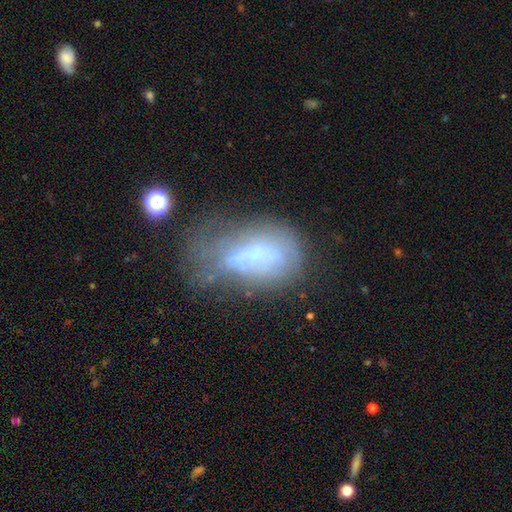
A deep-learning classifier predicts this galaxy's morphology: type=featured or disk (44%, tied with smooth); merging=major disturbance (35%).